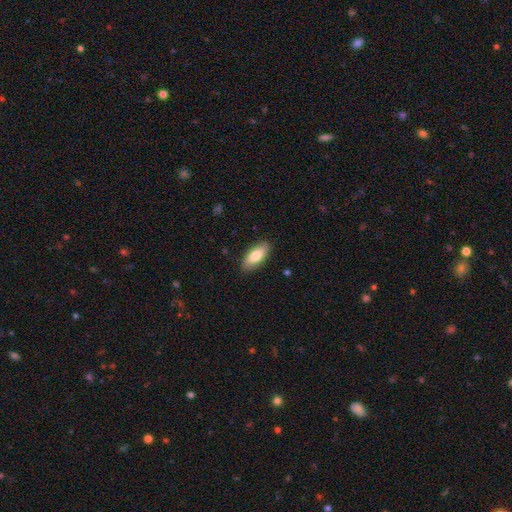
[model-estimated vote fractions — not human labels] Smooth or featured? Predicted: smooth (p=0.78). How rounded? Predicted: in between (p=0.82). Merging? Predicted: none (p=0.88).